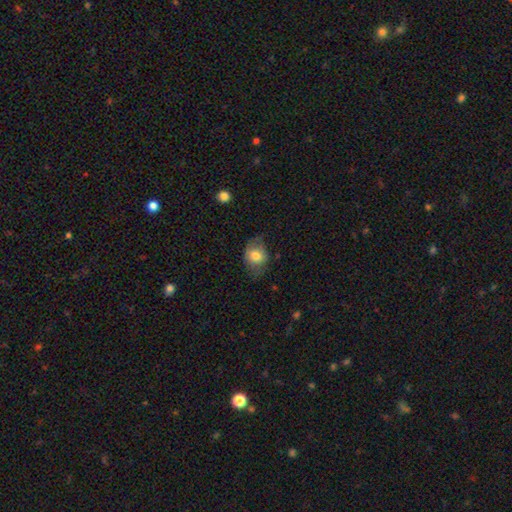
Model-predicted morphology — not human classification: Smooth or featured: smooth — 74% (featured or disk — 18%)
How rounded: in between — 50% (round — 49%)
Merging: none — 58% (minor disturbance — 29%)